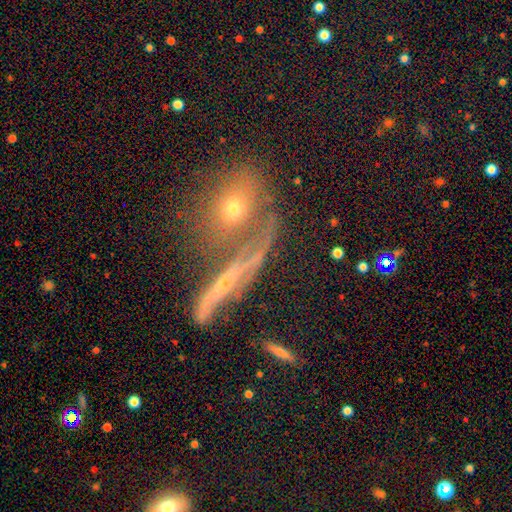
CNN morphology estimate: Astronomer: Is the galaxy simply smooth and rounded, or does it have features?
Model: featured or disk — 56%.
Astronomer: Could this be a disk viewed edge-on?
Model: no — 57% (runner-up: yes, 43%).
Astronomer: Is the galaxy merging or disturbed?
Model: none — 42% (runner-up: merger, 29%).